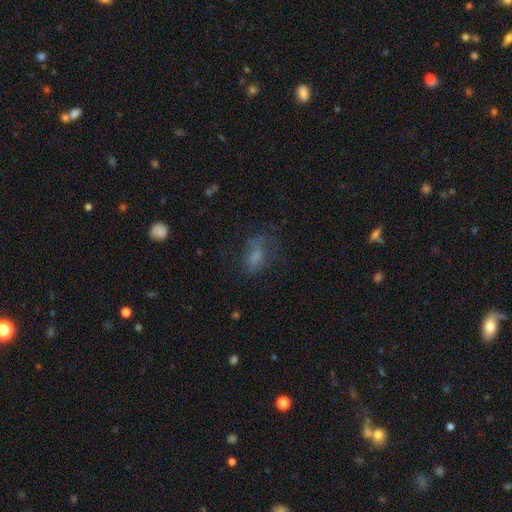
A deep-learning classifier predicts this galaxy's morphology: type=smooth (57%); roundness=in between (80%); merging=none (42%).